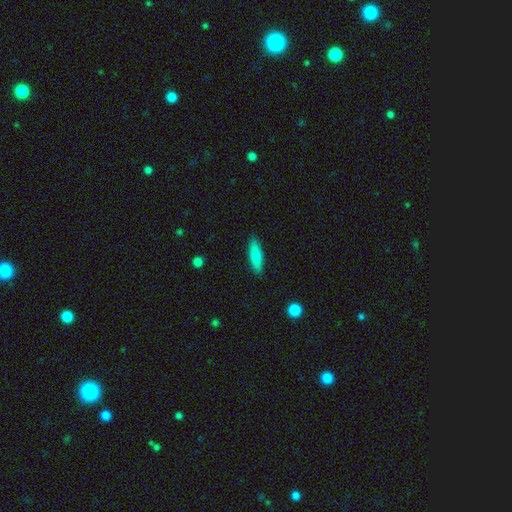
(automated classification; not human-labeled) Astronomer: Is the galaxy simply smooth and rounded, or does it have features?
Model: smooth — 81%.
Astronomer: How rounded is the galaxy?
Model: cigar-shaped — 61% (runner-up: in between, 37%).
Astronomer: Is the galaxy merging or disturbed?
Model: none — 88%.